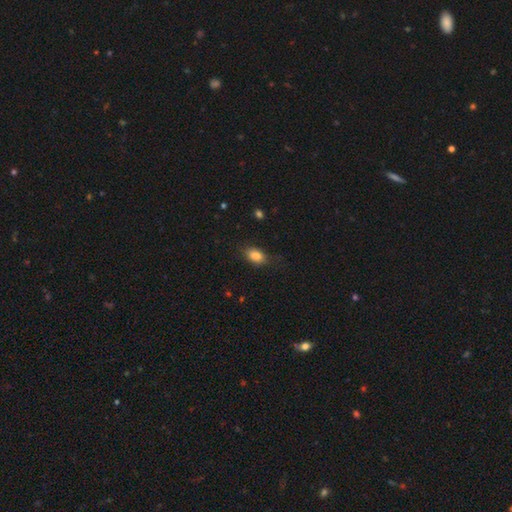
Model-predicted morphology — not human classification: smooth_or_featured: smooth (p=0.84) [alt: star or artifact p=0.09]
how_rounded: in between (p=0.83) [alt: round p=0.14]
merging: none (p=0.77) [alt: minor disturbance p=0.17]